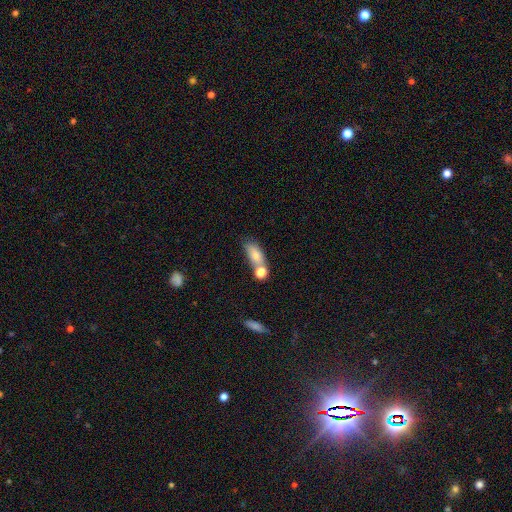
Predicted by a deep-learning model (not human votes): Smooth or featured: smooth — 76% (featured or disk — 15%)
How rounded: in between — 75% (cigar-shaped — 15%)
Merging: none — 49% (merger — 29%)